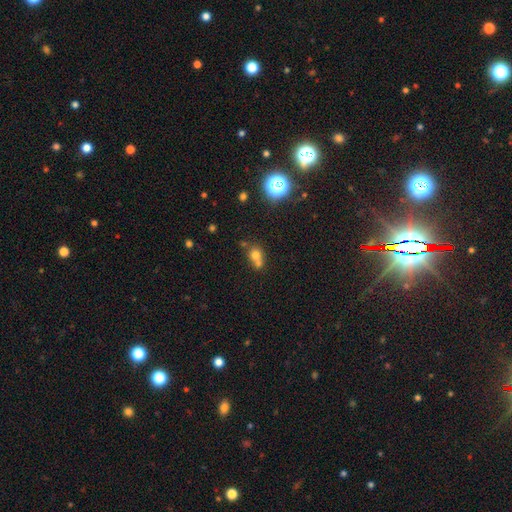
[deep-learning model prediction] A smooth galaxy with no disk features (69%) that is round (74%).

Vote fractions:
- Smooth or featured? smooth: 69% / star or artifact: 17% / featured or disk: 14%
- How rounded? round: 74% / in between: 25% / cigar-shaped: 1%
- Merging? merger: 53% / none: 36% / minor disturbance: 8% / major disturbance: 3%